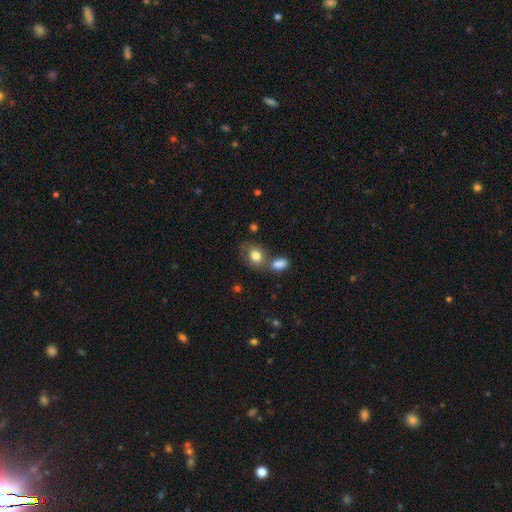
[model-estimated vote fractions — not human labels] smooth 80%, featured or disk 12%, star or artifact 9%. Down the decision tree: how rounded — in between (58%); merging — none (49%).